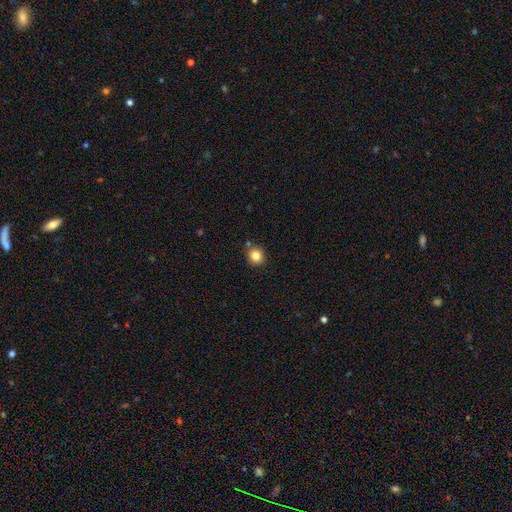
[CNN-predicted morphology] smooth 83%, star or artifact 11%, featured or disk 6%. Down the decision tree: how rounded — round (85%); merging — none (85%).